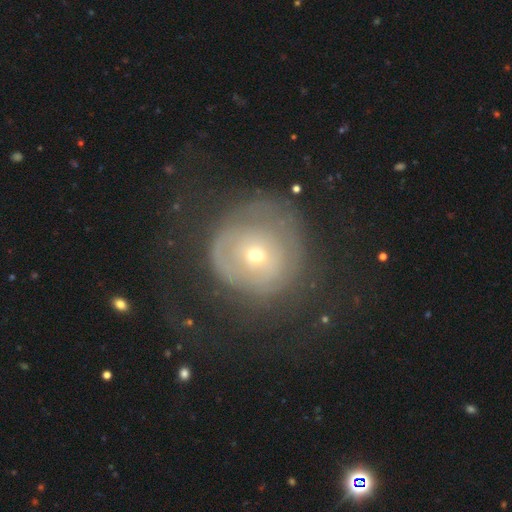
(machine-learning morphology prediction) This is possibly a featured or disk galaxy (52%). It is clearly not viewed edge-on (95%). Merging: possibly none (47%).